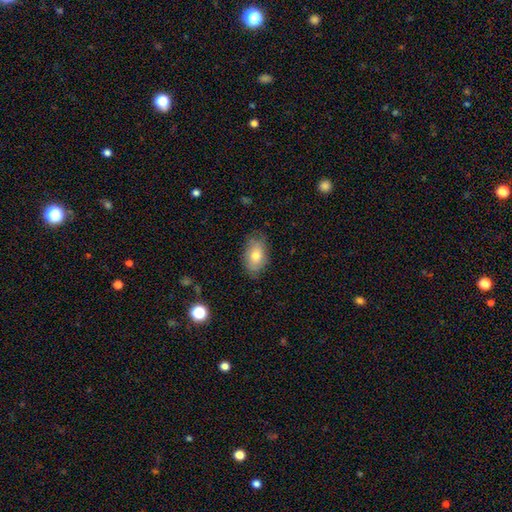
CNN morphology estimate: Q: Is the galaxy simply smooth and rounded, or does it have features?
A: smooth — 73%.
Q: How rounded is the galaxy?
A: in between — 89%.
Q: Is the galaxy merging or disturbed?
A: none — 77%.